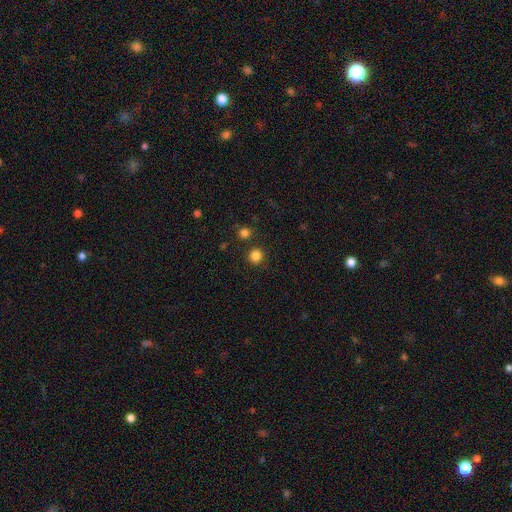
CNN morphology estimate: Q: Smooth or featured?
A: smooth (84%); runner-up: star or artifact (13%)
Q: How rounded?
A: round (92%); runner-up: in between (7%)
Q: Merging?
A: none (87%); runner-up: minor disturbance (6%)